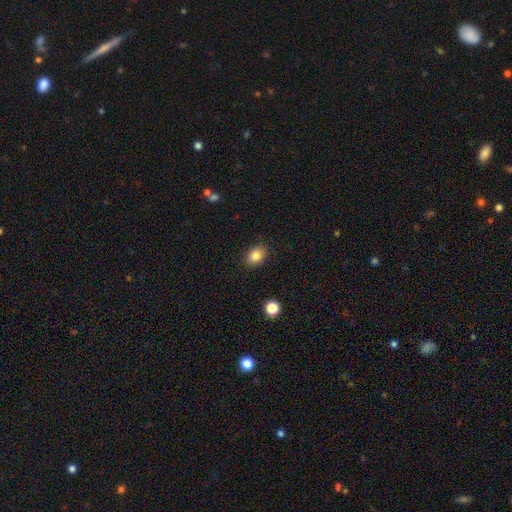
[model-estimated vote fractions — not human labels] Smooth or featured?
  - smooth: 85% *
  - star or artifact: 10%
  - featured or disk: 5%
How rounded?
  - in between: 68% *
  - round: 31%
  - cigar-shaped: 1%
Merging?
  - none: 87% *
  - minor disturbance: 9%
  - major disturbance: 2%
  - merger: 1%